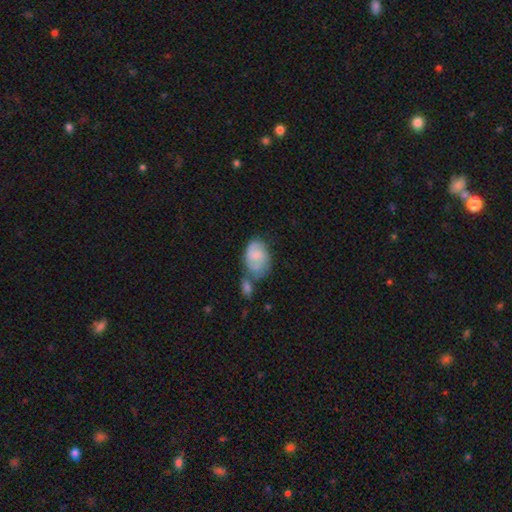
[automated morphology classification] The model was most divided on "merging": merger: 35%, none: 32%, minor disturbance: 21%, major disturbance: 12%. Remaining: smooth or featured — featured or disk (48%).